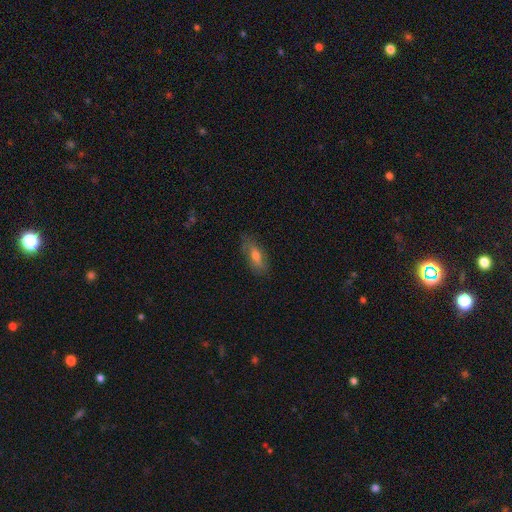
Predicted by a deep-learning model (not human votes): smooth-or-featured: smooth: 60% | featured or disk: 32% | star or artifact: 8%
  how-rounded: in between: 70% | cigar-shaped: 26% | round: 3%
  merging: none: 77% | minor disturbance: 17% | major disturbance: 4% | merger: 1%